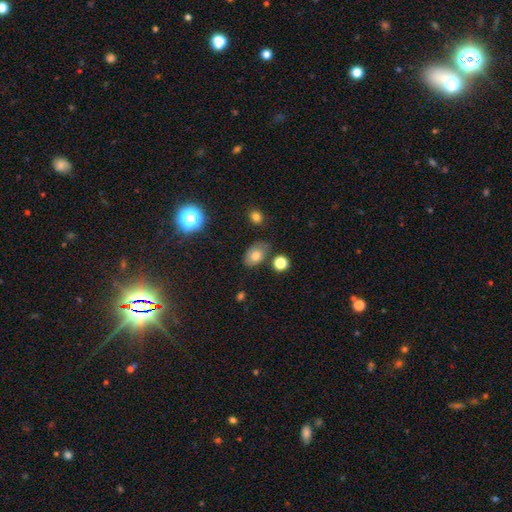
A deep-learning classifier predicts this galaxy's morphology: smooth-or-featured: smooth: 75% | featured or disk: 14% | star or artifact: 11%
  how-rounded: in between: 84% | round: 14% | cigar-shaped: 1%
  merging: none: 69% | minor disturbance: 20% | merger: 6% | major disturbance: 5%